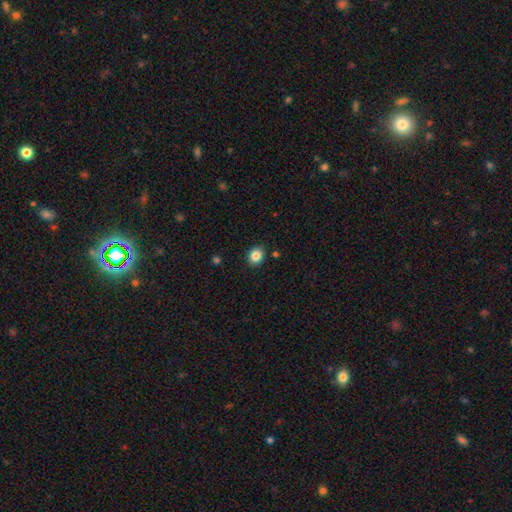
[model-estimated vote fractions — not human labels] A smooth galaxy with no disk features (86%) that is round (59%).

Vote fractions:
- Smooth or featured? smooth: 86% / star or artifact: 10% / featured or disk: 4%
- How rounded? round: 59% / in between: 40% / cigar-shaped: 1%
- Merging? none: 89% / minor disturbance: 7% / major disturbance: 2% / merger: 2%